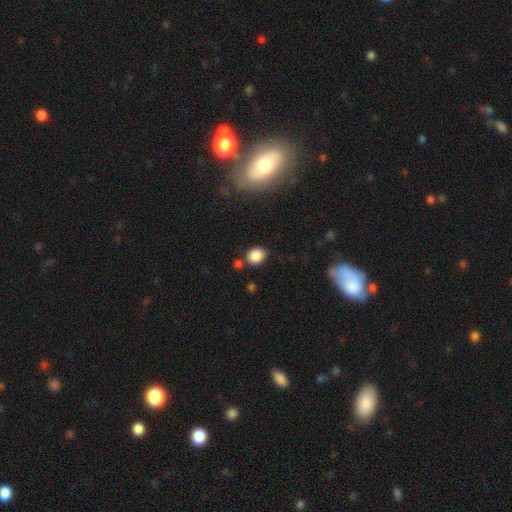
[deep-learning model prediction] A smooth galaxy with no disk features (86%) that is round (58%). Merging: none (75%).